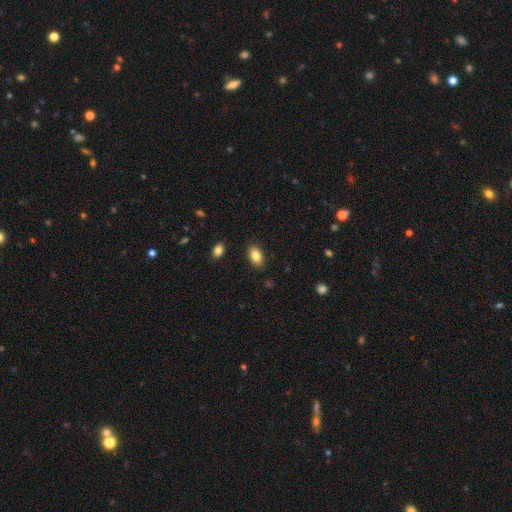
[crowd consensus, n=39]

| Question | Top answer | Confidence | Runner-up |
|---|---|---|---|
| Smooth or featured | smooth | 90% | featured or disk (5%) |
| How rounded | in between | 97% | round (3%) |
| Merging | none | 92% | minor disturbance (5%) |